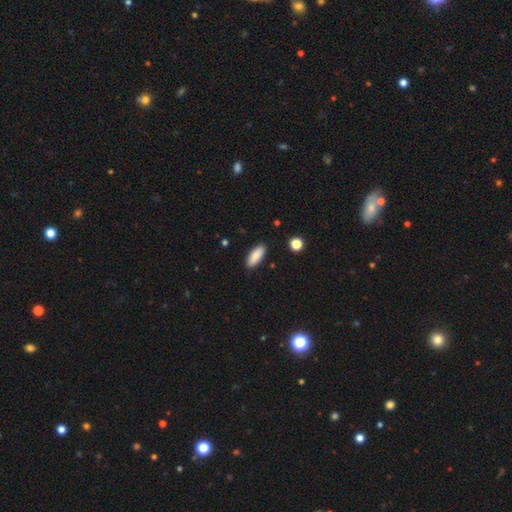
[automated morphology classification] smooth-or-featured: smooth: 87% | star or artifact: 7% | featured or disk: 6%
  how-rounded: in between: 77% | cigar-shaped: 21% | round: 2%
  merging: none: 89% | minor disturbance: 8% | major disturbance: 2% | merger: 1%